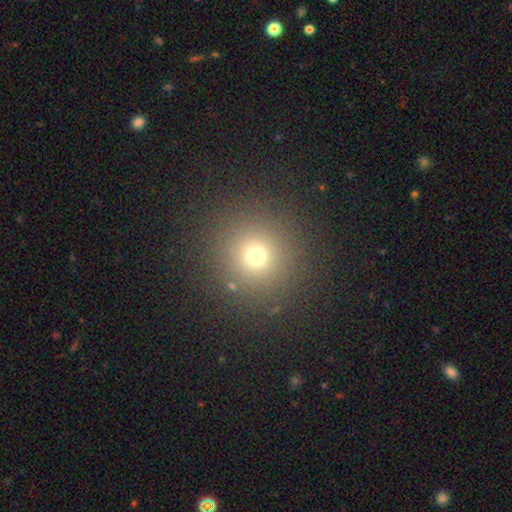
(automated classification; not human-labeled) Smooth or featured?
  - smooth: 71% *
  - star or artifact: 21%
  - featured or disk: 8%
How rounded?
  - round: 94% *
  - in between: 5%
  - cigar-shaped: 1%
Merging?
  - none: 88% *
  - minor disturbance: 7%
  - major disturbance: 4%
  - merger: 2%